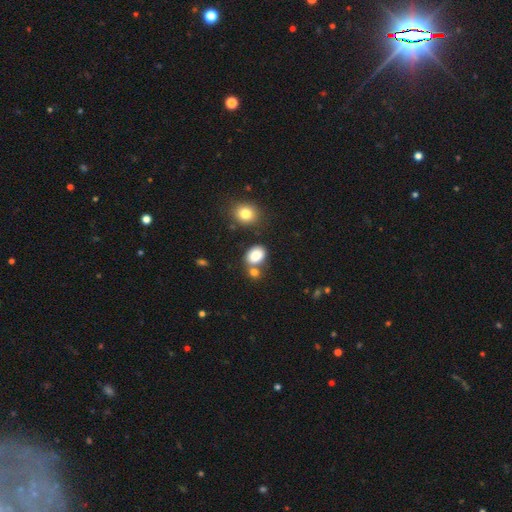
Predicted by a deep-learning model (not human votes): smooth_or_featured: smooth (p=0.85) [alt: star or artifact p=0.10]
how_rounded: in between (p=0.69) [alt: round p=0.30]
merging: none (p=0.61) [alt: merger p=0.22]